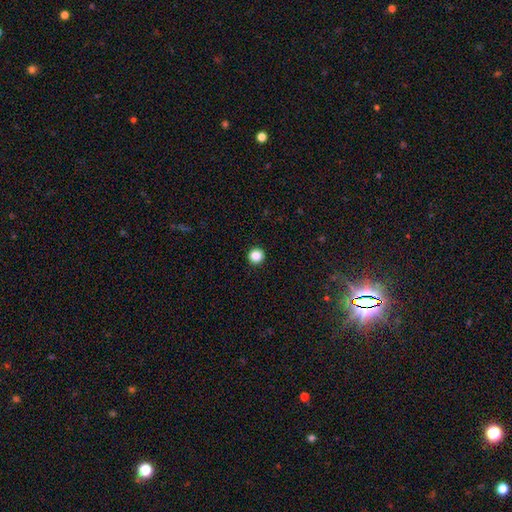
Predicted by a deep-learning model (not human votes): Overall: smooth (87%). How rounded: round (95%). Merging: none (93%).